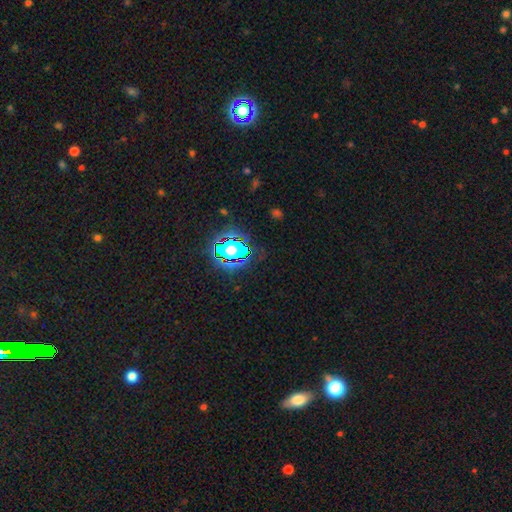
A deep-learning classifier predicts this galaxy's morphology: Q: Smooth or featured?
A: star or artifact (77%); runner-up: smooth (15%)